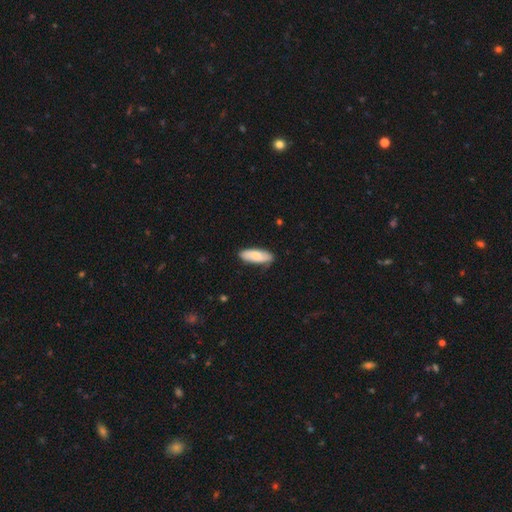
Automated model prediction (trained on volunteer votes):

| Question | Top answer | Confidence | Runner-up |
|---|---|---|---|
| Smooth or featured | smooth | 76% | featured or disk (18%) |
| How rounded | in between | 68% | cigar-shaped (30%) |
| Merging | none | 83% | minor disturbance (14%) |